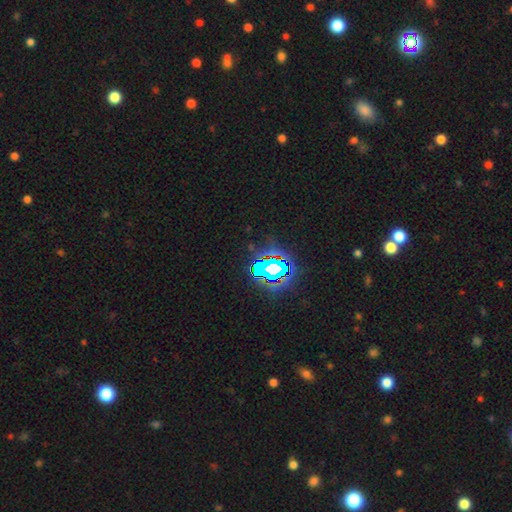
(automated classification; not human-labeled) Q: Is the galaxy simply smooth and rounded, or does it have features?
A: star or artifact — 83%.